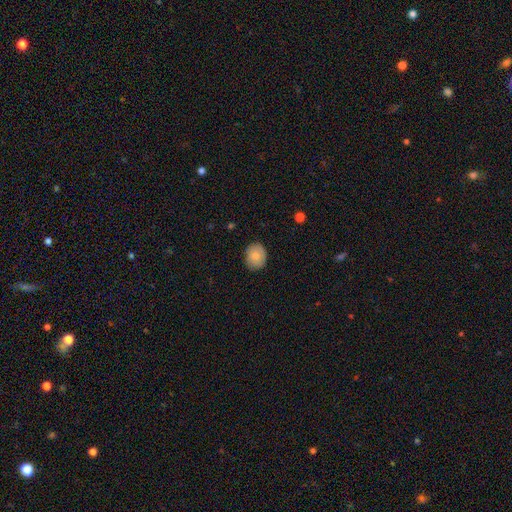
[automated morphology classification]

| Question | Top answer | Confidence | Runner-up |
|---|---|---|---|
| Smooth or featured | smooth | 77% | featured or disk (16%) |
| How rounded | round | 64% | in between (36%) |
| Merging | none | 84% | minor disturbance (12%) |